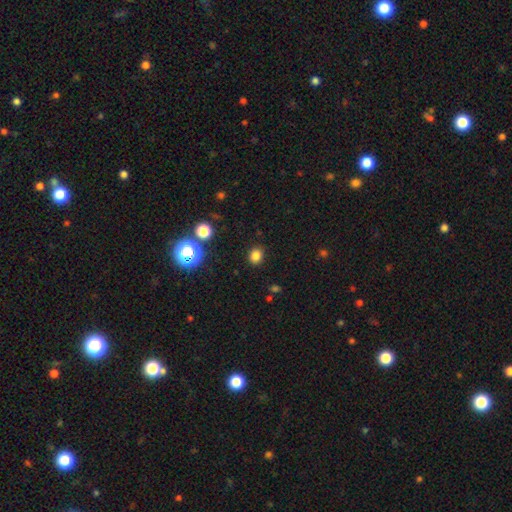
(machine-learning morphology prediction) This appears to be a smooth galaxy with no disk features (80%) that is round (62%). Merging: none (88%).